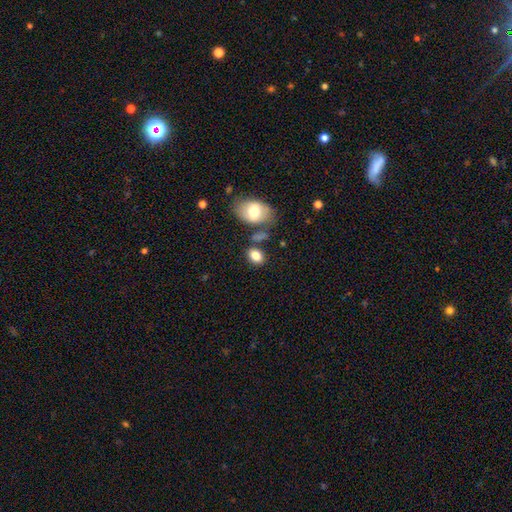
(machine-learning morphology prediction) smooth 81%, featured or disk 10%, star or artifact 9%. Down the decision tree: how rounded — in between (79%); merging — none (69%).